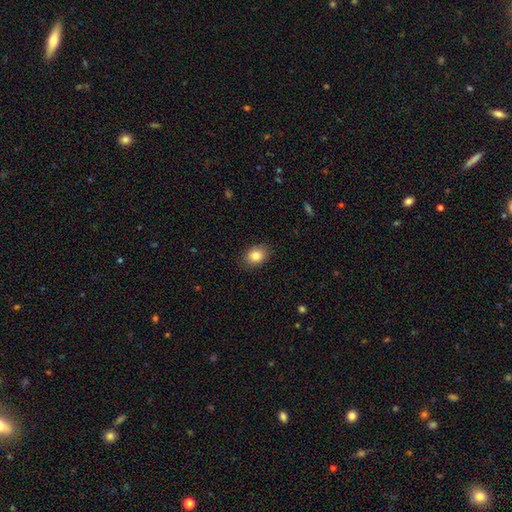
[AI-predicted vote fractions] Smooth or featured? smooth (84%)
How rounded? in between (63%)
Merging? none (86%)